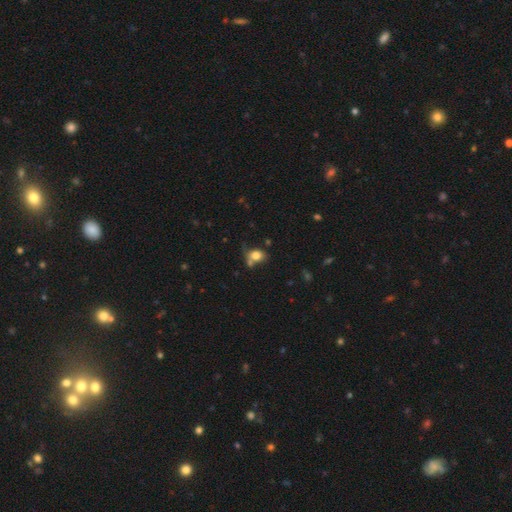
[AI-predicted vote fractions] smooth 79%, star or artifact 11%, featured or disk 10%. Down the decision tree: how rounded — round (51%); merging — none (49%).